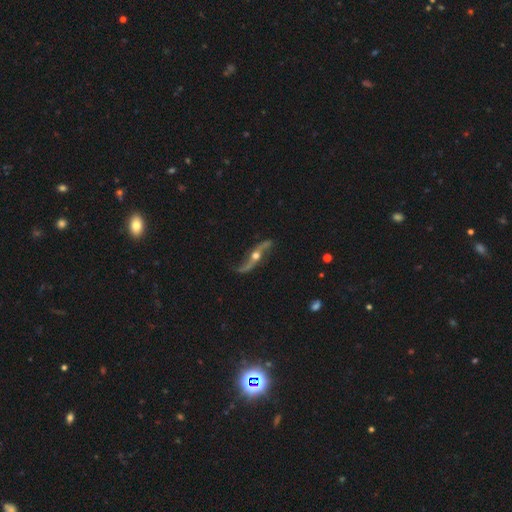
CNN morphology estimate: A featured or disk galaxy (87%) with no bar (66%), 2 (93%) loose (92%) spiral arms (94%) and a moderate central bulge (72%).

Vote fractions:
- Smooth or featured? featured or disk: 87% / smooth: 8% / star or artifact: 6%
- Edge-on disk? no: 70% / yes: 30%
- Bar? no: 66% / weak: 20% / strong: 14%
- Spiral arms? yes: 94% / no: 6%
- Spiral winding? loose: 92% / medium: 6% / tight: 3%
- Spiral arm count? 2: 93% / 1: 2% / can't tell: 2% / 3: 1% / 4: 1% / more than 4: 1%
- Bulge size? moderate: 72% / small: 17% / large: 8% / dominant: 2% / none: 2%
- Merging? none: 72% / minor disturbance: 17% / major disturbance: 8% / merger: 3%